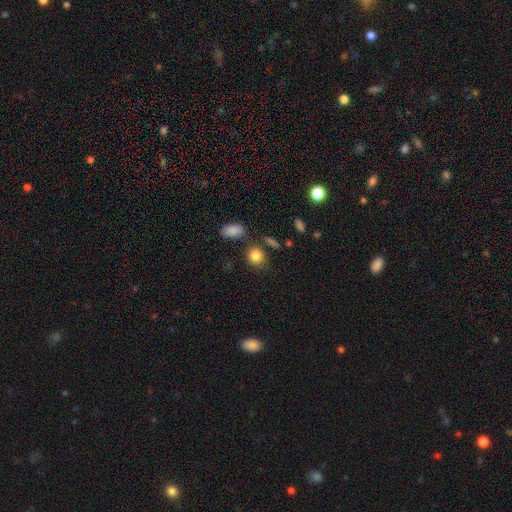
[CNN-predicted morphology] Smooth or featured?
  - smooth: 85% *
  - star or artifact: 9%
  - featured or disk: 6%
How rounded?
  - round: 68% *
  - in between: 31%
  - cigar-shaped: 2%
Merging?
  - none: 71% *
  - minor disturbance: 14%
  - merger: 9%
  - major disturbance: 5%